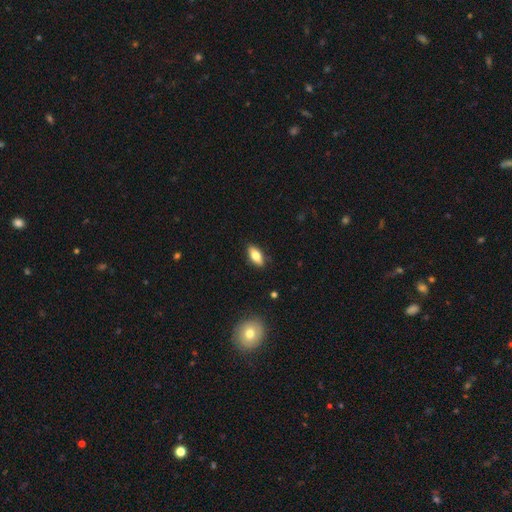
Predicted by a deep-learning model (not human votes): Smooth or featured: smooth — 76% (featured or disk — 17%)
How rounded: in between — 83% (cigar-shaped — 14%)
Merging: none — 86% (minor disturbance — 10%)